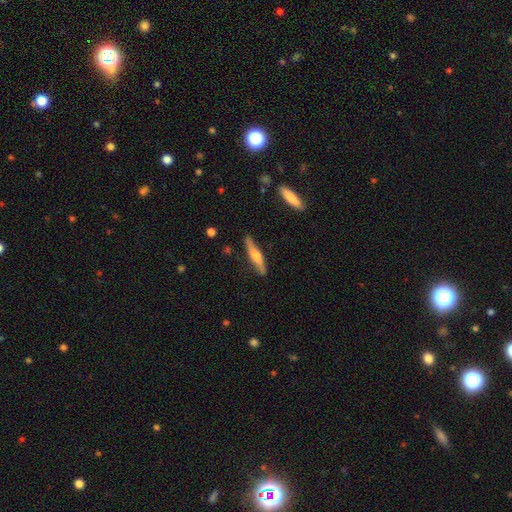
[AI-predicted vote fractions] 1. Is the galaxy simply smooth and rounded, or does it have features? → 57% featured or disk, 38% smooth, 5% star or artifact.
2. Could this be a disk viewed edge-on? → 92% yes, 8% no.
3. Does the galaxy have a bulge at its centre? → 85% rounded, 9% boxy, 6% none.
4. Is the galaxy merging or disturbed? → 85% none, 12% minor disturbance, 2% major disturbance, 2% merger.